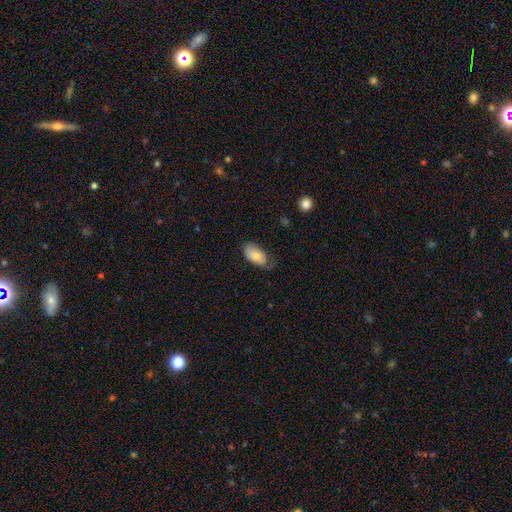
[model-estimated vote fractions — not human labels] Q: Smooth or featured?
A: smooth (78%); runner-up: featured or disk (16%)
Q: How rounded?
A: in between (95%); runner-up: round (3%)
Q: Merging?
A: none (50%); runner-up: minor disturbance (35%)